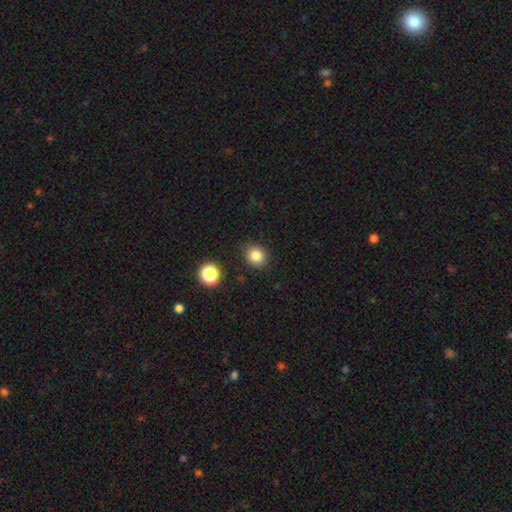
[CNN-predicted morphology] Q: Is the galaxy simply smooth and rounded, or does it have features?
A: smooth — 82%.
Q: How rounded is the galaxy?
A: round — 74%.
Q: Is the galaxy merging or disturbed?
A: none — 87%.